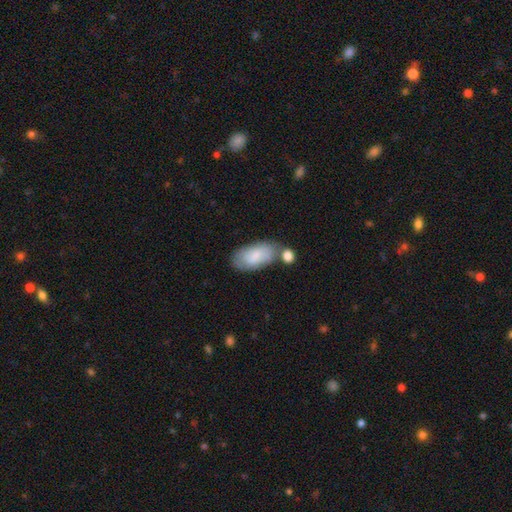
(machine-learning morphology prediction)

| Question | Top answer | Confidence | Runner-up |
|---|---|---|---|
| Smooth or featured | smooth | 76% | featured or disk (18%) |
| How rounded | in between | 93% | cigar-shaped (4%) |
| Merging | none | 53% | merger (21%) |